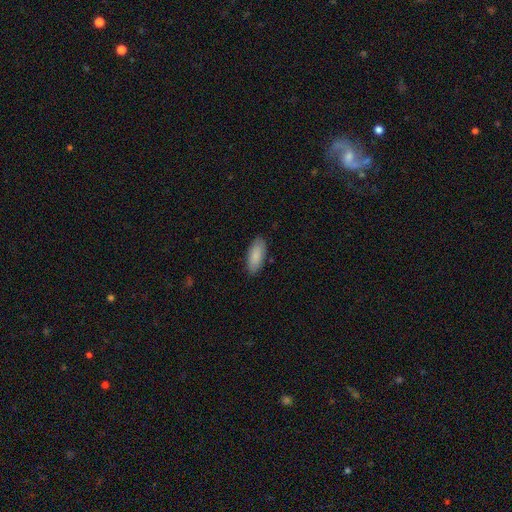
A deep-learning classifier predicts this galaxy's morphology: Smooth or featured? smooth (87%)
How rounded? in between (83%)
Merging? none (86%)